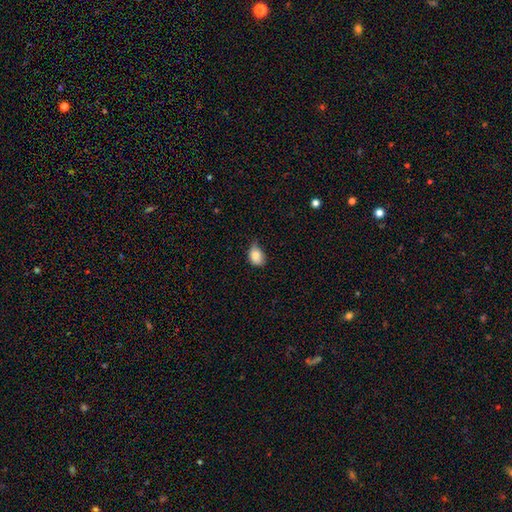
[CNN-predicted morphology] smooth-or-featured: smooth: 84% | star or artifact: 9% | featured or disk: 7%
  how-rounded: in between: 70% | round: 29% | cigar-shaped: 1%
  merging: minor disturbance: 49% | none: 39% | major disturbance: 11% | merger: 2%